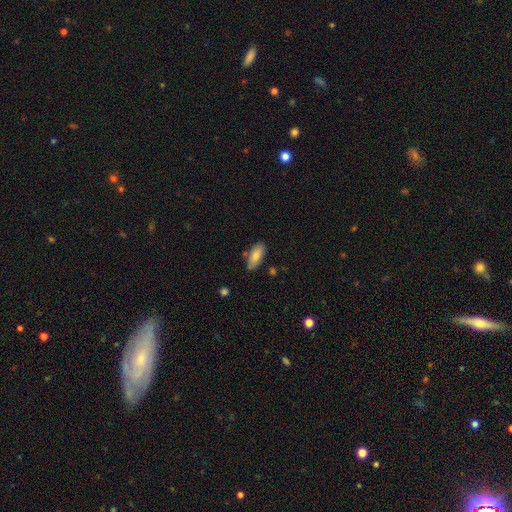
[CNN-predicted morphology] smooth 80%, featured or disk 14%, star or artifact 6%. Down the decision tree: how rounded — in between (87%); merging — none (79%).